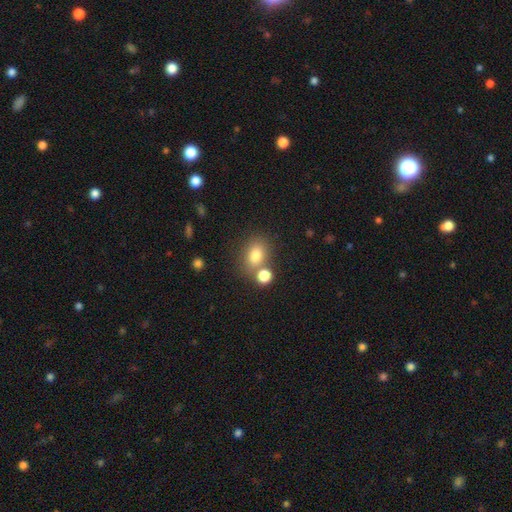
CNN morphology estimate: The model was most divided on "how rounded": in between: 57%, round: 41%, cigar-shaped: 1%. More confident: smooth or featured — smooth (79%); merging — none (62%).